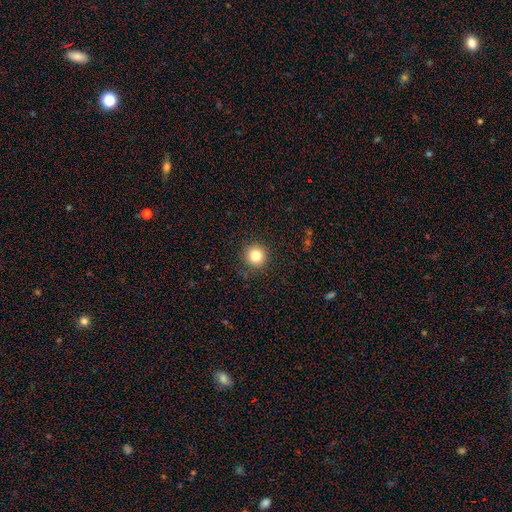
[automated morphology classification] Q: Smooth or featured?
A: smooth (82%); runner-up: star or artifact (11%)
Q: How rounded?
A: round (94%); runner-up: in between (5%)
Q: Merging?
A: none (90%); runner-up: minor disturbance (7%)